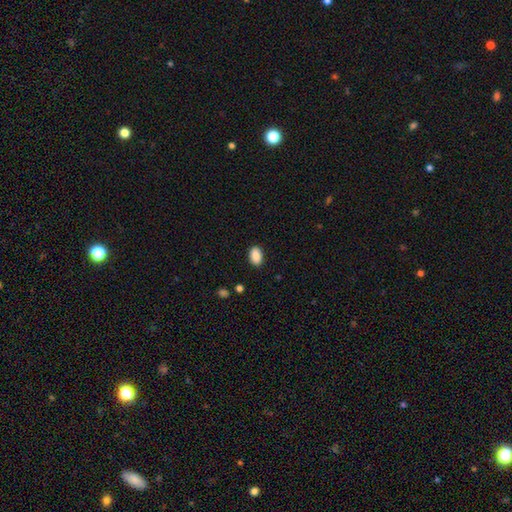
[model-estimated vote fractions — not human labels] Q: Smooth or featured?
A: smooth (89%); runner-up: star or artifact (7%)
Q: How rounded?
A: in between (89%); runner-up: round (9%)
Q: Merging?
A: none (87%); runner-up: minor disturbance (9%)